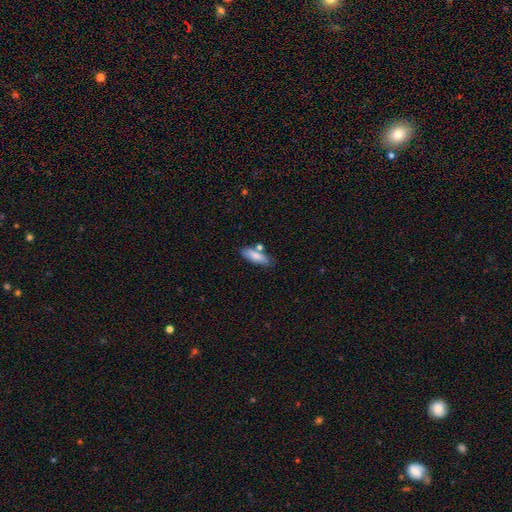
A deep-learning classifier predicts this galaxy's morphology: This is clearly a smooth galaxy (80%). How rounded: possibly in between (58%). Merging: likely none (69%).